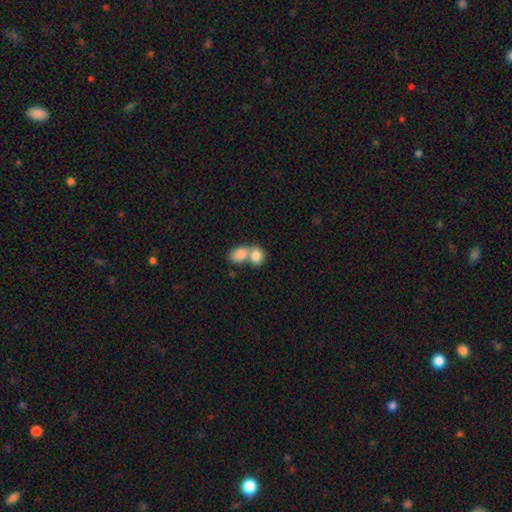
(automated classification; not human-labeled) This is clearly a smooth galaxy (83%). How rounded: possibly in between (53%). Merging: likely merger (67%).